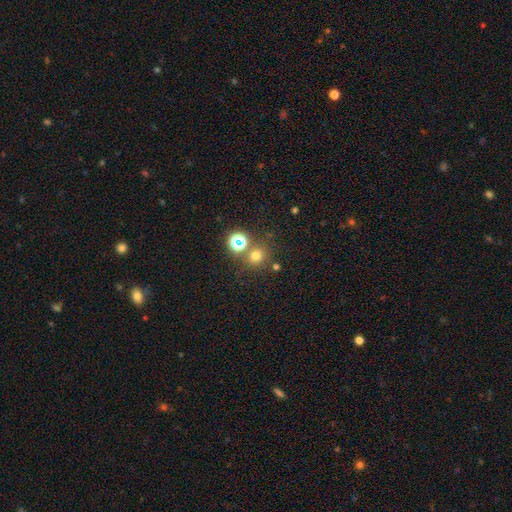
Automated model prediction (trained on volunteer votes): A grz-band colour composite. It shows a smooth galaxy with no disk features (66%) that is round (87%). Merging: none (74%).